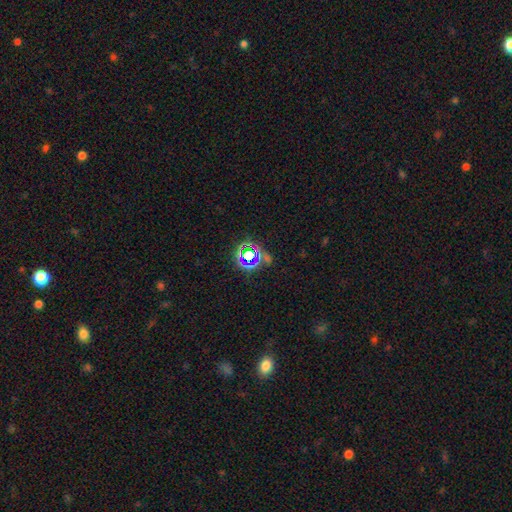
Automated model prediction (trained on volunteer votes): The model was most divided on "smooth or featured": star or artifact: 68%, smooth: 21%, featured or disk: 11%.